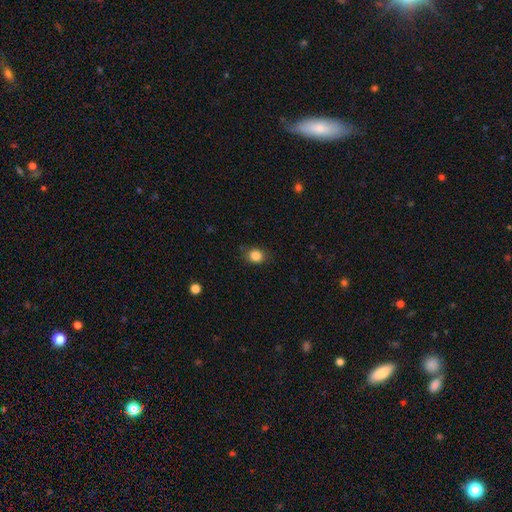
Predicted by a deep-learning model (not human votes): smooth_or_featured: smooth (p=0.85) [alt: star or artifact p=0.11]
how_rounded: round (p=0.66) [alt: in between p=0.33]
merging: none (p=0.83) [alt: minor disturbance p=0.12]